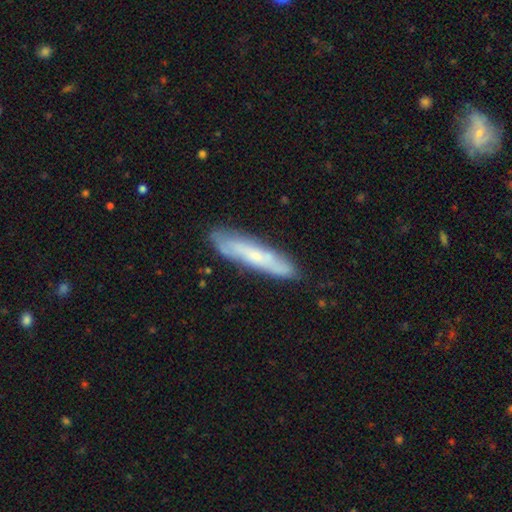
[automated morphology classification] Q: Smooth or featured?
A: featured or disk (49%); runner-up: smooth (44%)
Q: Merging?
A: none (81%); runner-up: minor disturbance (15%)